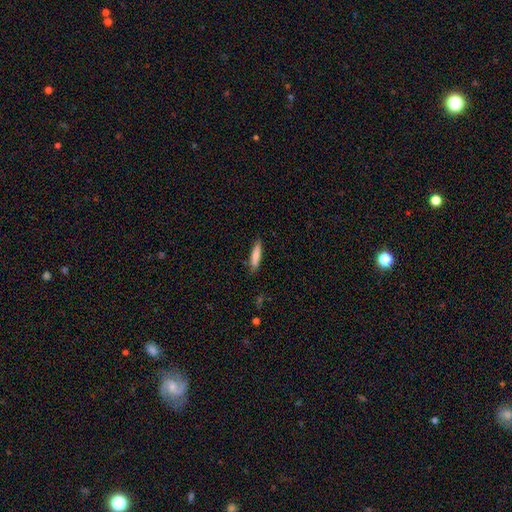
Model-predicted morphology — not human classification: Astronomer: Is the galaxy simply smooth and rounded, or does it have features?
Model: smooth — 80%.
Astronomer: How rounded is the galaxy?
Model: cigar-shaped — 78%.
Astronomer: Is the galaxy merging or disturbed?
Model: none — 84%.